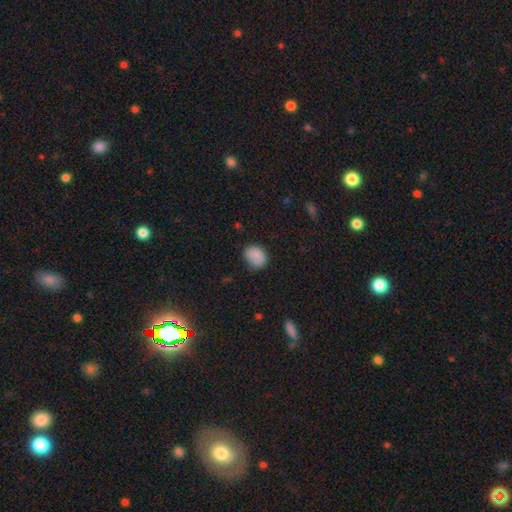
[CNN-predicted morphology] Smooth or featured?
  - smooth: 85% *
  - star or artifact: 9%
  - featured or disk: 6%
How rounded?
  - in between: 52% *
  - round: 47%
  - cigar-shaped: 1%
Merging?
  - none: 66% *
  - minor disturbance: 25%
  - major disturbance: 7%
  - merger: 2%